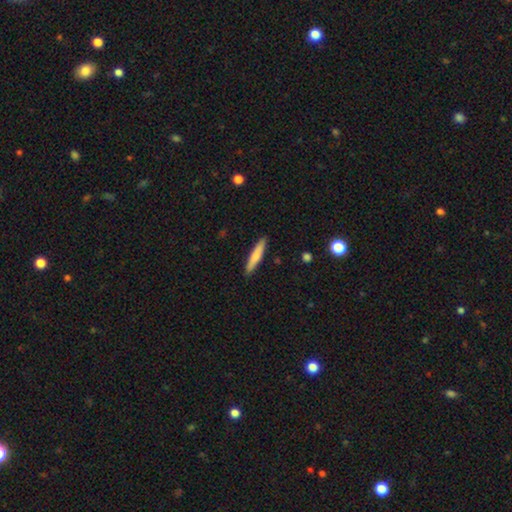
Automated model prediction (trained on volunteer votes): smooth_or_featured: smooth (p=0.69) [alt: featured or disk p=0.26]
how_rounded: cigar-shaped (p=0.90) [alt: in between p=0.09]
merging: none (p=0.90) [alt: minor disturbance p=0.07]